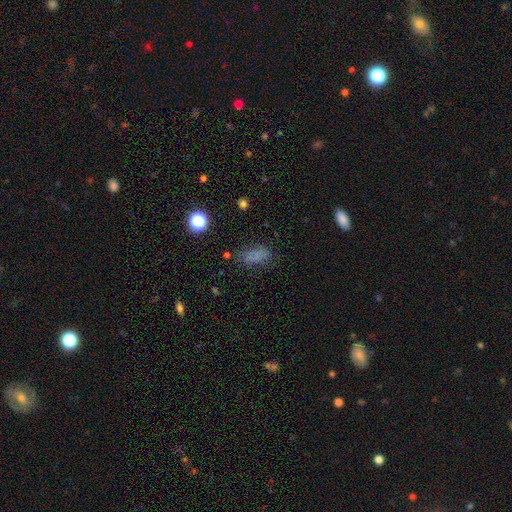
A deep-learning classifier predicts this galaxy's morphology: Smooth or featured? smooth (73%)
How rounded? in between (79%)
Merging? none (66%)